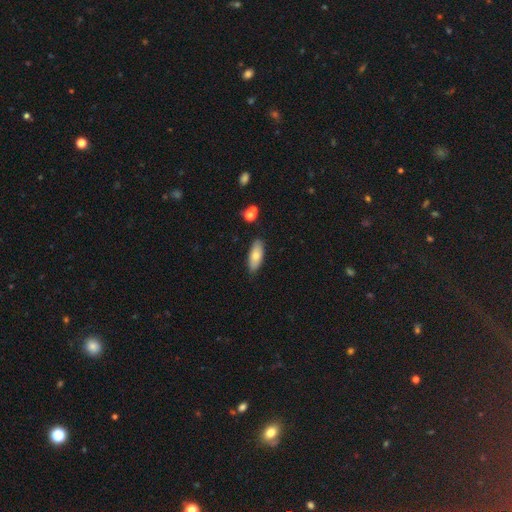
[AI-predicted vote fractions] Smooth or featured?
  - smooth: 75% *
  - featured or disk: 18%
  - star or artifact: 7%
How rounded?
  - in between: 76% *
  - cigar-shaped: 21%
  - round: 3%
Merging?
  - none: 86% *
  - minor disturbance: 10%
  - major disturbance: 2%
  - merger: 2%